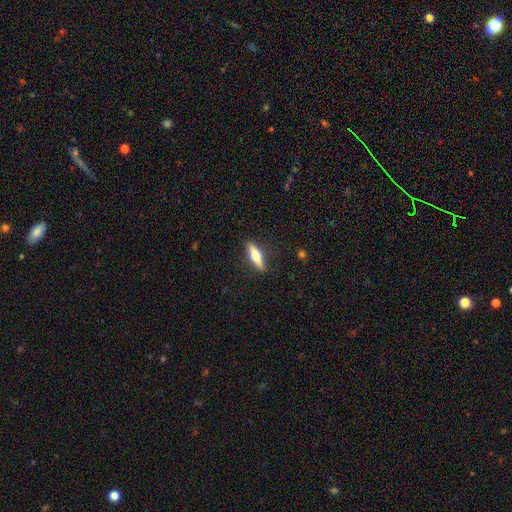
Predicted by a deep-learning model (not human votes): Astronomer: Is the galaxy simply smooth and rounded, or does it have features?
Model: smooth — 49% (runner-up: featured or disk, 45%).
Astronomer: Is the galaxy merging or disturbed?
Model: none — 88%.